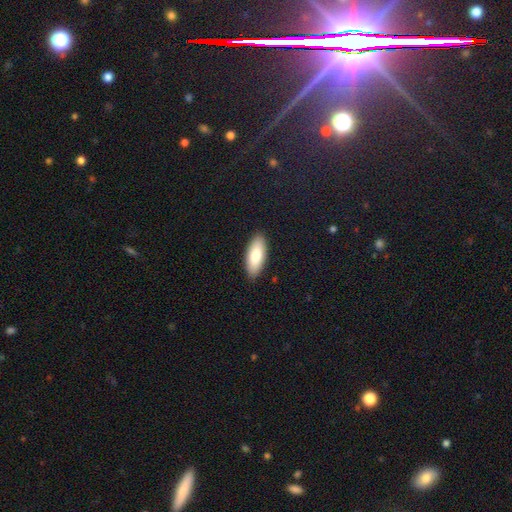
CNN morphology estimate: smooth_or_featured: smooth (p=0.82) [alt: featured or disk p=0.12]
how_rounded: in between (p=0.78) [alt: cigar-shaped p=0.20]
merging: none (p=0.89) [alt: minor disturbance p=0.08]